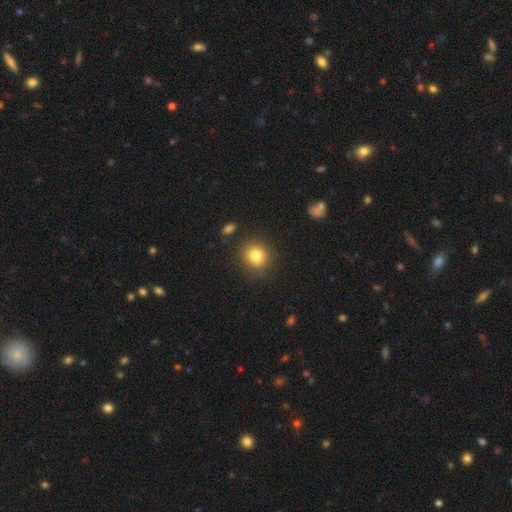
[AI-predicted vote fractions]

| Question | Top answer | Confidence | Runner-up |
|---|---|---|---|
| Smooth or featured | smooth | 81% | star or artifact (11%) |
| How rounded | round | 83% | in between (16%) |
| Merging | none | 83% | minor disturbance (10%) |